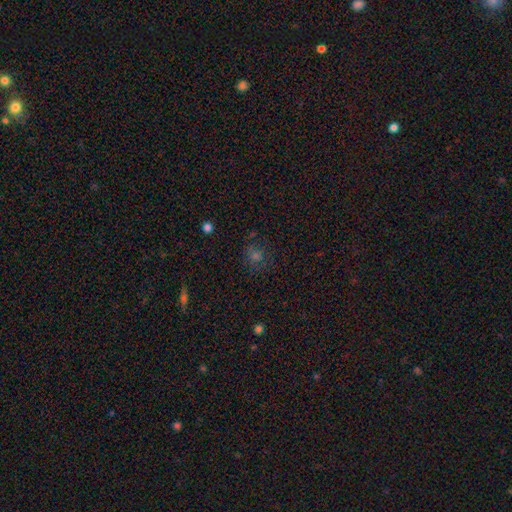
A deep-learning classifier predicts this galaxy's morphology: The model was most divided on "smooth or featured": smooth: 50%, star or artifact: 36%, featured or disk: 14%. More confident: merging — none (77%).